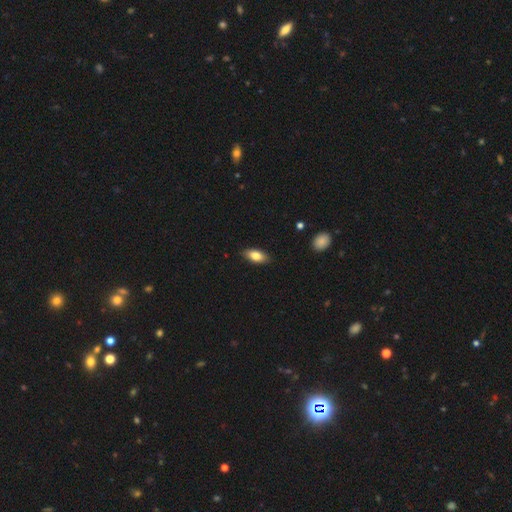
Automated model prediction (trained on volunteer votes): smooth 80%, featured or disk 13%, star or artifact 7%. Down the decision tree: how rounded — in between (87%); merging — none (86%).